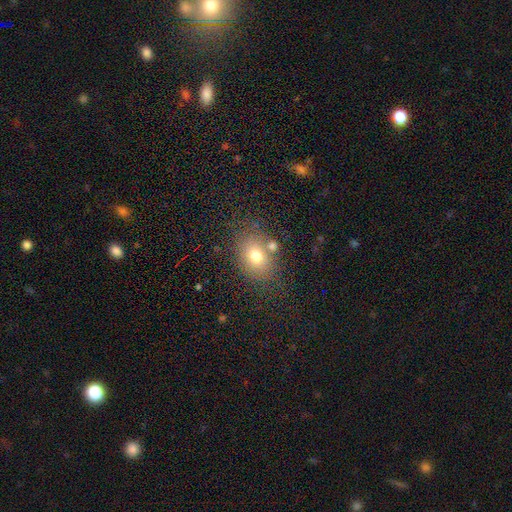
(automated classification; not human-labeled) Q: Smooth or featured?
A: smooth (73%); runner-up: featured or disk (14%)
Q: How rounded?
A: in between (61%); runner-up: round (38%)
Q: Merging?
A: none (68%); runner-up: minor disturbance (14%)